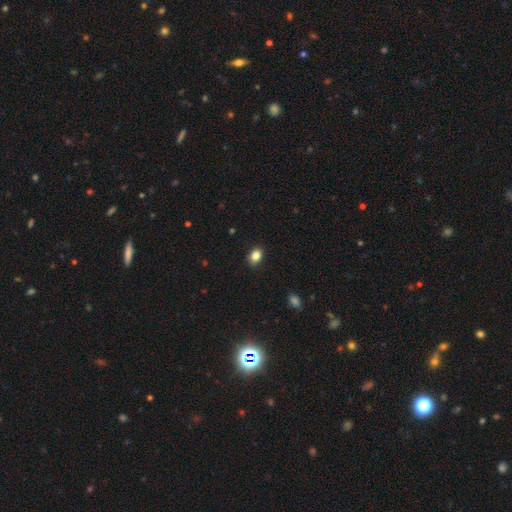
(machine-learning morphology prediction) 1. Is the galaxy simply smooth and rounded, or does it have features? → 85% smooth, 10% star or artifact, 6% featured or disk.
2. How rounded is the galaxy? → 71% in between, 28% round, 1% cigar-shaped.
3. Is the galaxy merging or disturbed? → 87% none, 10% minor disturbance, 2% major disturbance, 1% merger.